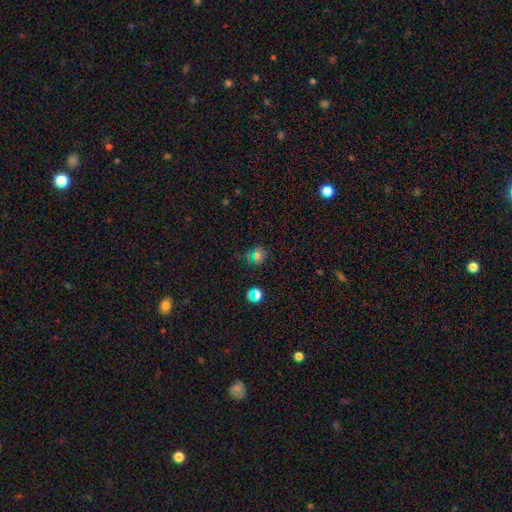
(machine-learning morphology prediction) smooth_or_featured: smooth (p=0.55) [alt: star or artifact p=0.32]
how_rounded: round (p=0.82) [alt: in between p=0.16]
merging: none (p=0.79) [alt: minor disturbance p=0.13]